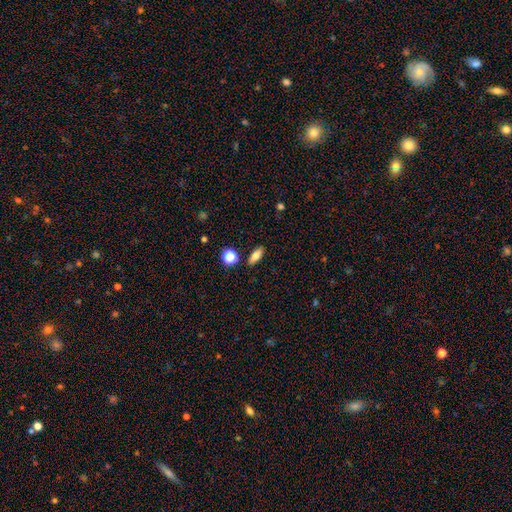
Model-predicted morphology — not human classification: Smooth or featured? Predicted: smooth (p=0.76). How rounded? Predicted: in between (p=0.73). Merging? Predicted: none (p=0.86).